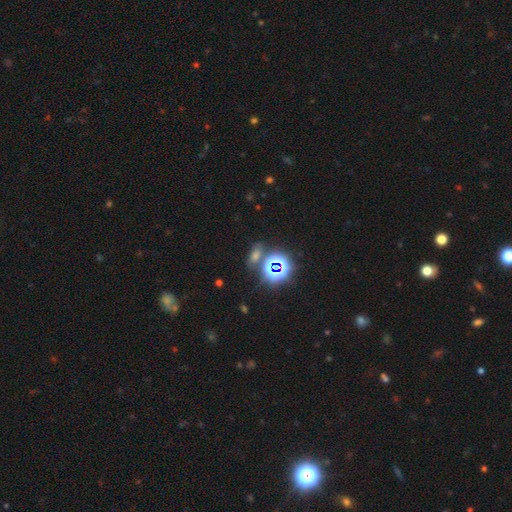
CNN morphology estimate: This appears to be a star or artifact, not a galaxy (51%).